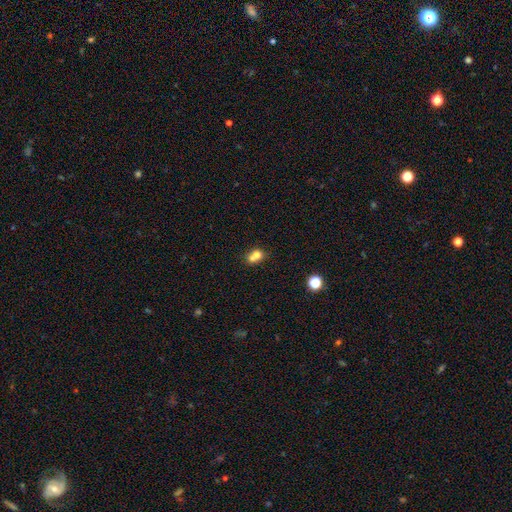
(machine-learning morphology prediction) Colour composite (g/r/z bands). It shows a smooth galaxy with no disk features (70%) that is round (59%). Merging: merger (61%).